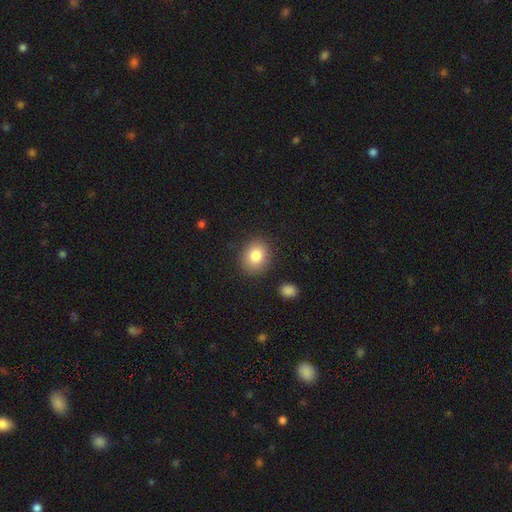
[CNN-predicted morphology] Q: Smooth or featured?
A: smooth (83%); runner-up: star or artifact (9%)
Q: How rounded?
A: round (61%); runner-up: in between (38%)
Q: Merging?
A: none (86%); runner-up: minor disturbance (9%)